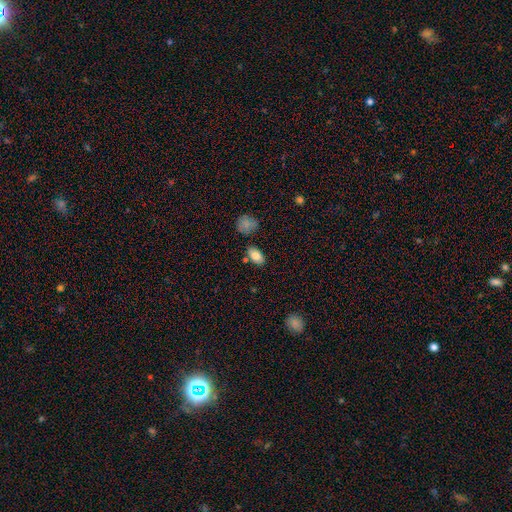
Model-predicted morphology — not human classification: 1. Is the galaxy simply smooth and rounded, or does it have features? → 82% smooth, 10% featured or disk, 8% star or artifact.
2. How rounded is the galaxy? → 92% in between, 6% round, 2% cigar-shaped.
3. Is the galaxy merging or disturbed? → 79% none, 12% minor disturbance, 6% merger, 3% major disturbance.